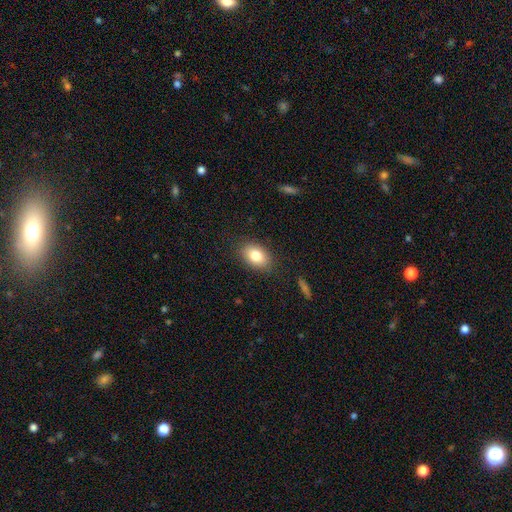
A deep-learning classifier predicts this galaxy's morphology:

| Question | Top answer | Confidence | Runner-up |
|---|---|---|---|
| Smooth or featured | smooth | 81% | featured or disk (11%) |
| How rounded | in between | 83% | round (15%) |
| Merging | none | 86% | minor disturbance (10%) |